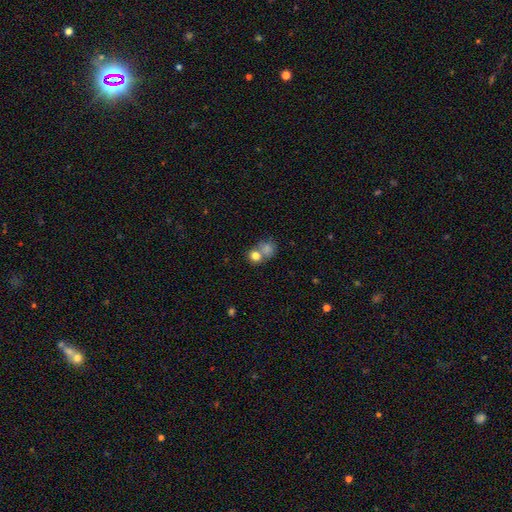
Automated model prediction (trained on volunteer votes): The model was most divided on "merging": merger: 53%, none: 35%, minor disturbance: 8%, major disturbance: 4%. More confident: smooth or featured — smooth (77%); how rounded — round (74%).